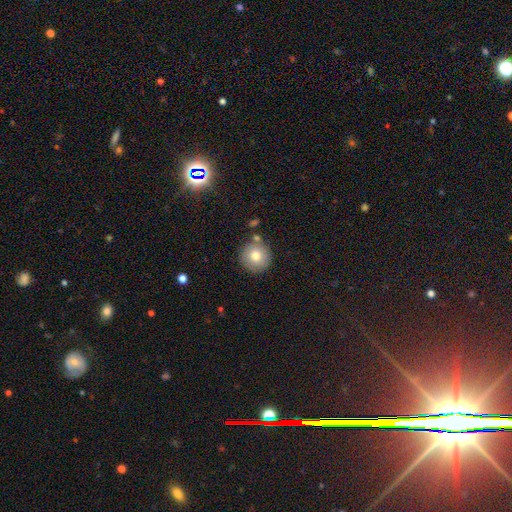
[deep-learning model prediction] A smooth galaxy with no disk features (76%) that is round (95%). Merging: none (79%).